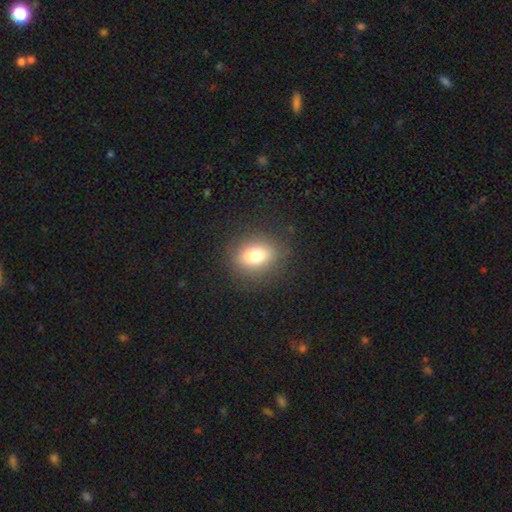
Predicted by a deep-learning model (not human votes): Smooth or featured? Predicted: smooth (p=0.74). How rounded? Predicted: in between (p=0.62). Merging? Predicted: none (p=0.75).